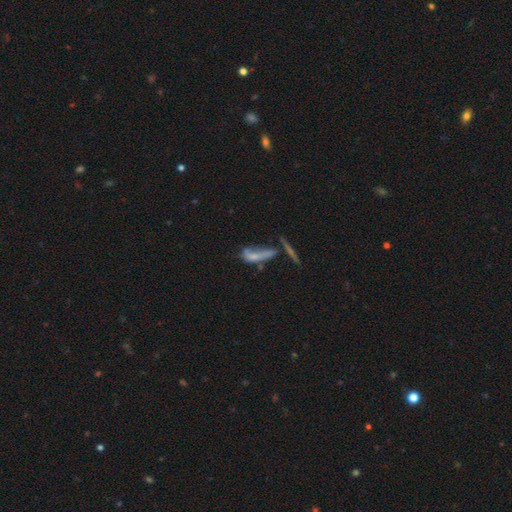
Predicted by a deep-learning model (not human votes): This is possibly a smooth galaxy (49%). Merging: marginally merger (33%).